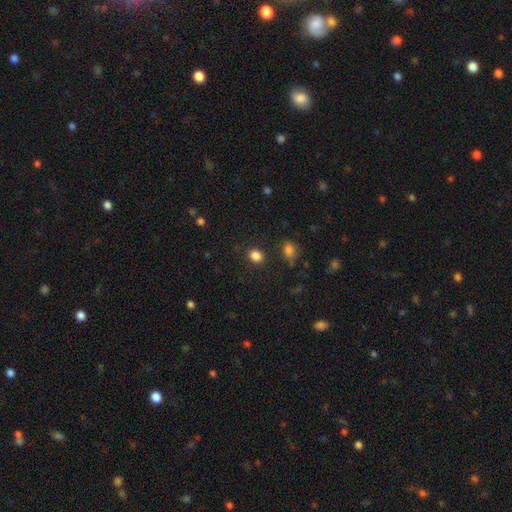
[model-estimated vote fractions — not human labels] Morphology: type=smooth (85%); roundness=in between (53%); merging=none (86%).